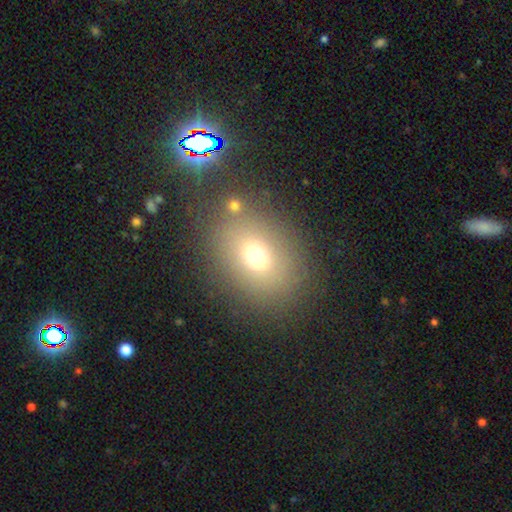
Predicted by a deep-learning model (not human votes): A smooth galaxy with no disk features (69%) that is in between round and cigar-shaped (55%). Merging: none (78%).